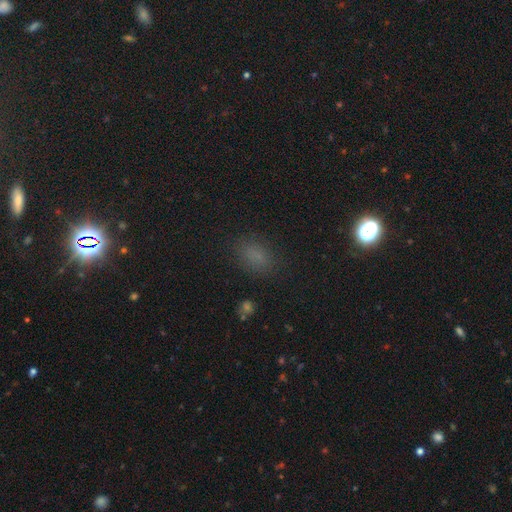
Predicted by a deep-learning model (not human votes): This is likely a smooth galaxy (72%). How rounded: likely in between (79%). Merging: clearly none (81%).